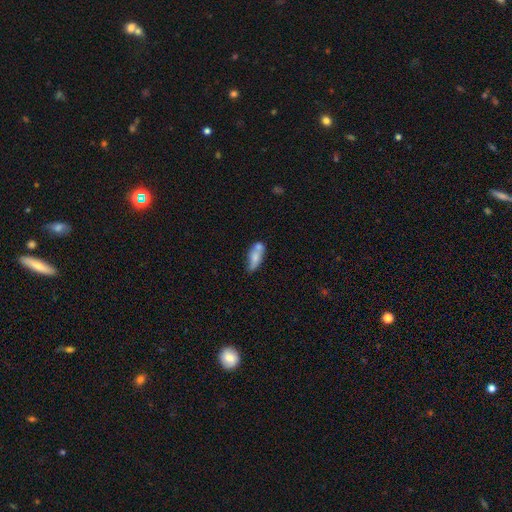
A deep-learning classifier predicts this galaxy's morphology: A smooth galaxy with no disk features (66%) that is in between round and cigar-shaped (75%).

Vote fractions:
- Smooth or featured? smooth: 66% / featured or disk: 26% / star or artifact: 8%
- How rounded? in between: 75% / cigar-shaped: 20% / round: 5%
- Merging? merger: 42% / none: 34% / minor disturbance: 17% / major disturbance: 8%